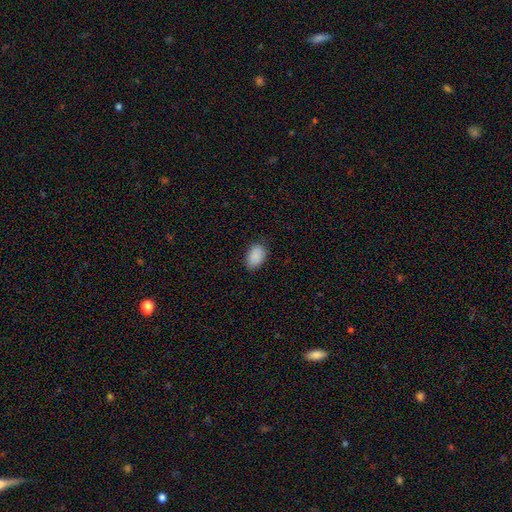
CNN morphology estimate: Smooth or featured? Predicted: smooth (p=0.90). How rounded? Predicted: in between (p=0.89). Merging? Predicted: none (p=0.83).